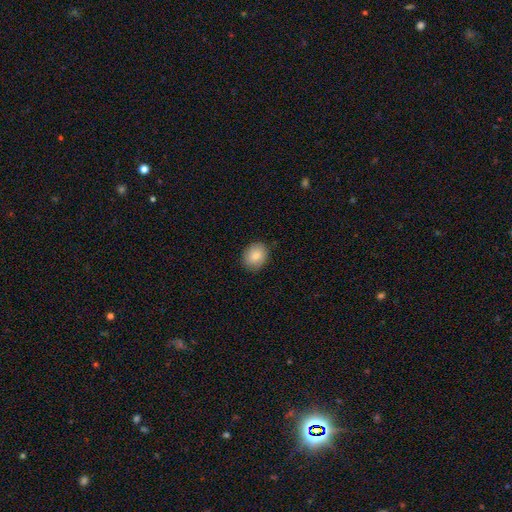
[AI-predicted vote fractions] A smooth galaxy with no disk features (85%) that is round (54%). Merging: none (86%).